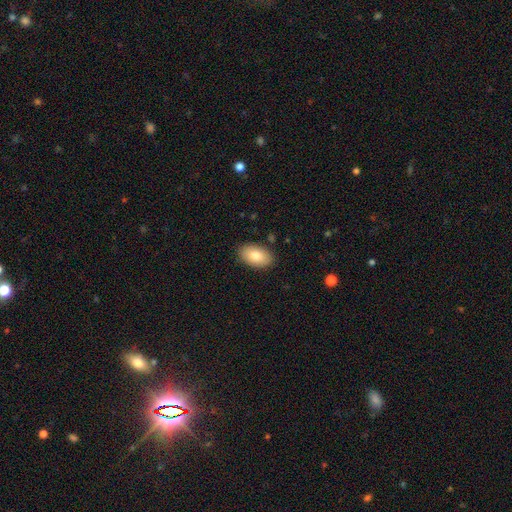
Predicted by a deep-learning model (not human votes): This appears to be a smooth galaxy with no disk features (81%) that is in between round and cigar-shaped (93%). Merging: none (87%).